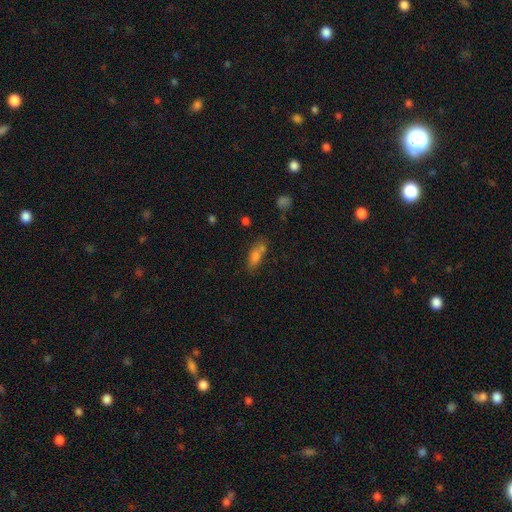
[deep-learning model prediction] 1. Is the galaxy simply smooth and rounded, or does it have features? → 71% smooth, 15% featured or disk, 14% star or artifact.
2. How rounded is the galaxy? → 73% in between, 21% cigar-shaped, 6% round.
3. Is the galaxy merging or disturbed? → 53% none, 25% merger, 16% minor disturbance, 6% major disturbance.